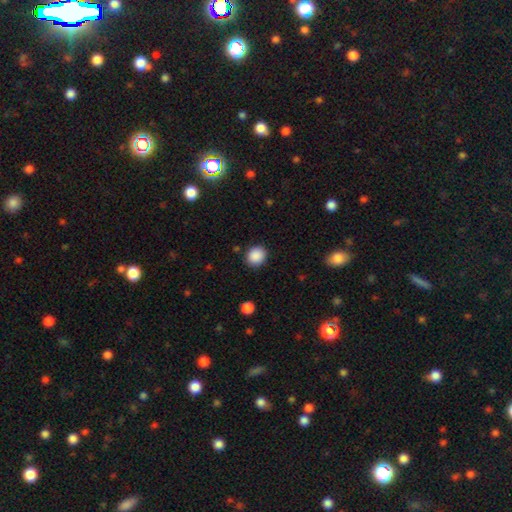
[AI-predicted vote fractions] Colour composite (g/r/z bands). It shows a smooth galaxy with no disk features (89%) that is round (81%). Merging: none (89%).